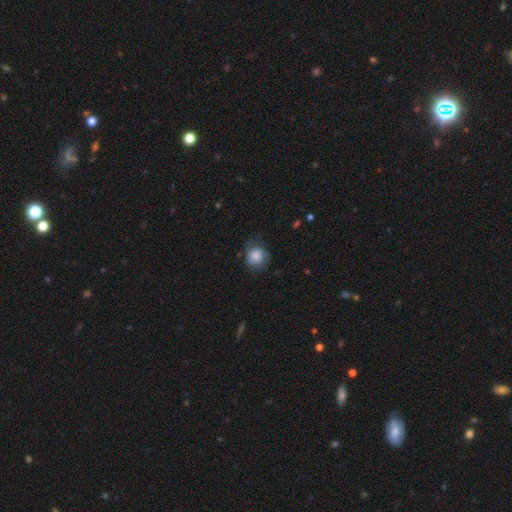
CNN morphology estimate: This is likely a smooth galaxy (76%). How rounded: likely round (79%). Merging: likely none (61%).